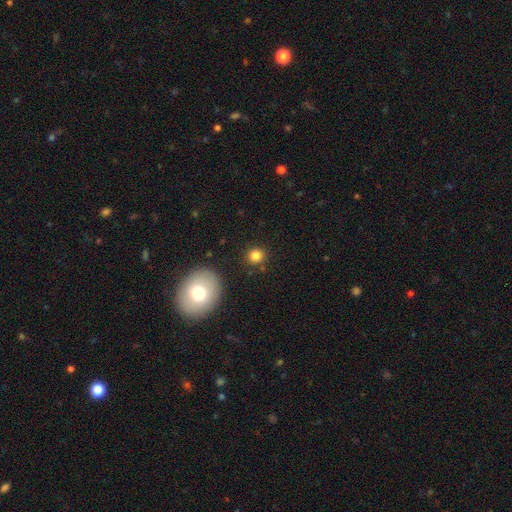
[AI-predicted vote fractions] Smooth or featured: smooth — 82% (star or artifact — 12%)
How rounded: round — 87% (in between — 12%)
Merging: none — 88% (minor disturbance — 7%)